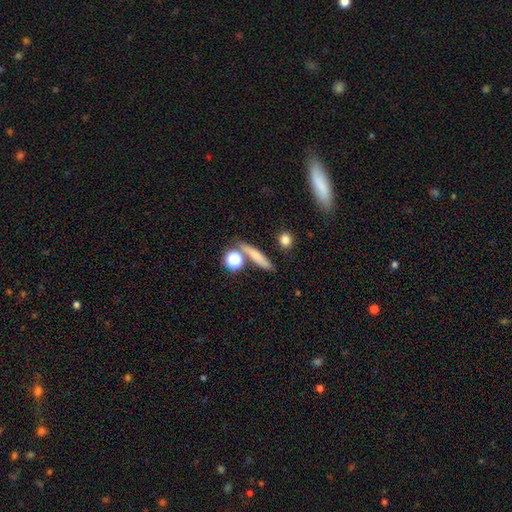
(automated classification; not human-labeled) Overall: smooth (68%). How rounded: cigar-shaped (70%). Merging: none (73%).